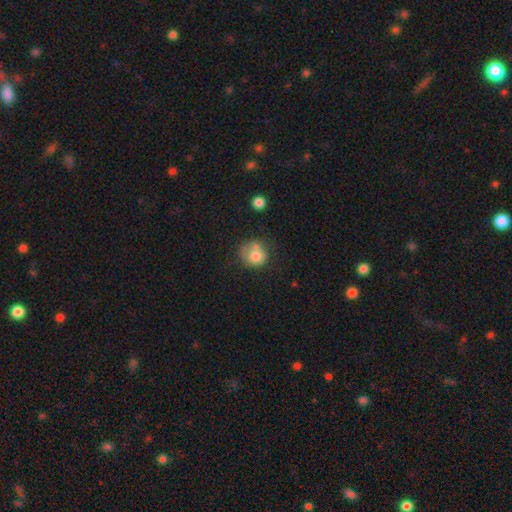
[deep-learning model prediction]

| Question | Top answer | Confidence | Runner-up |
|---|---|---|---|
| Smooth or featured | smooth | 74% | featured or disk (16%) |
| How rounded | round | 77% | in between (22%) |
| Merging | none | 42% | merger (25%) |